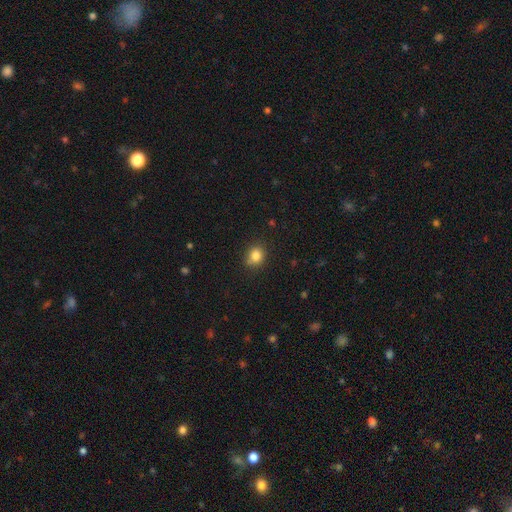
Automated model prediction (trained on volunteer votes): Smooth or featured?
  - smooth: 83% *
  - star or artifact: 11%
  - featured or disk: 6%
How rounded?
  - round: 71% *
  - in between: 28%
  - cigar-shaped: 1%
Merging?
  - none: 76% *
  - minor disturbance: 17%
  - merger: 4%
  - major disturbance: 3%